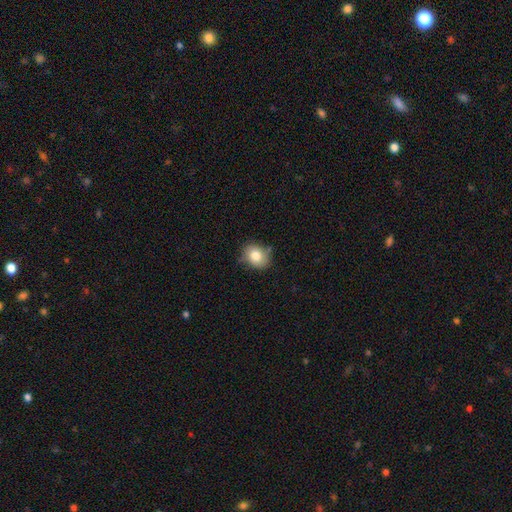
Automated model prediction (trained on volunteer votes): Morphology: type=smooth (81%); roundness=round (58%); merging=none (71%).